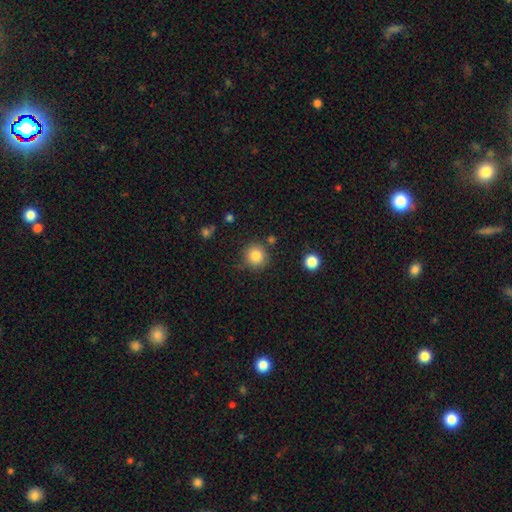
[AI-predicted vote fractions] Smooth or featured?
  - smooth: 84% *
  - star or artifact: 10%
  - featured or disk: 6%
How rounded?
  - round: 93% *
  - in between: 6%
  - cigar-shaped: 1%
Merging?
  - none: 82% *
  - minor disturbance: 10%
  - merger: 5%
  - major disturbance: 3%